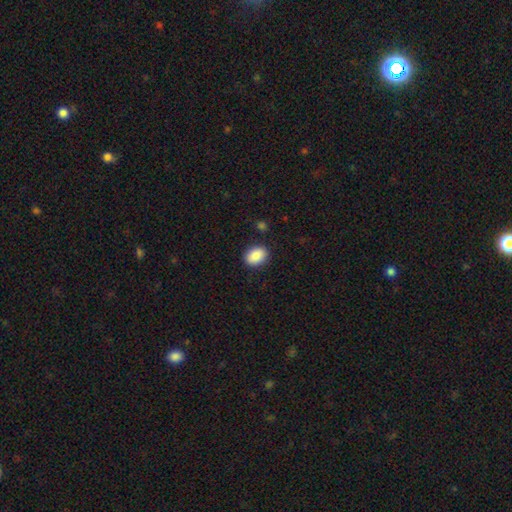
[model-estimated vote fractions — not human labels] Smooth or featured: smooth — 88% (star or artifact — 7%)
How rounded: in between — 72% (round — 27%)
Merging: none — 88% (minor disturbance — 8%)